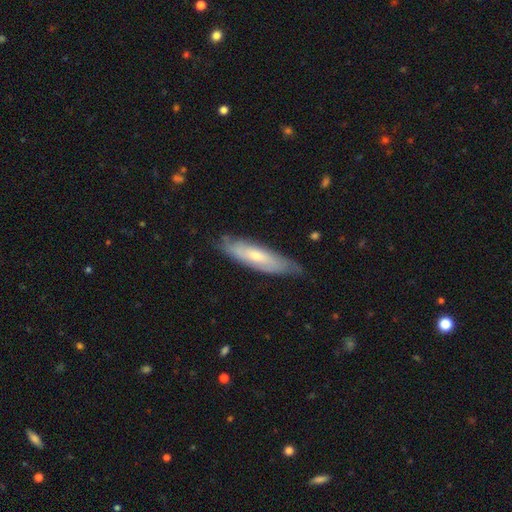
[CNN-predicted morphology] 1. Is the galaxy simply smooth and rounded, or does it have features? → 49% featured or disk, 45% smooth, 6% star or artifact.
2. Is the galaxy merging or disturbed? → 73% none, 21% minor disturbance, 4% major disturbance, 1% merger.